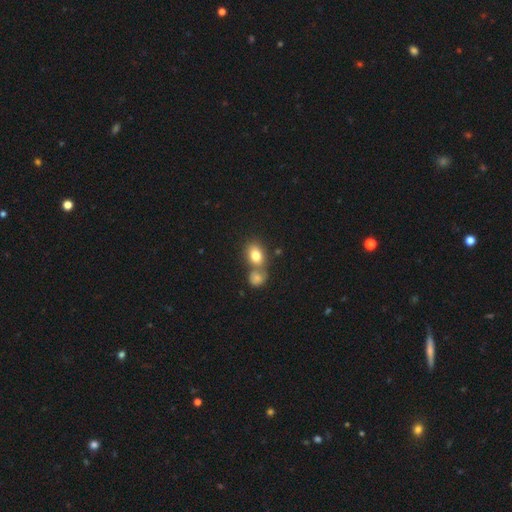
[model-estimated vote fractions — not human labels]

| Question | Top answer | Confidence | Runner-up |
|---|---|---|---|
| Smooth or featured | smooth | 80% | featured or disk (10%) |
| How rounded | in between | 65% | round (33%) |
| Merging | merger | 44% | none (43%) |